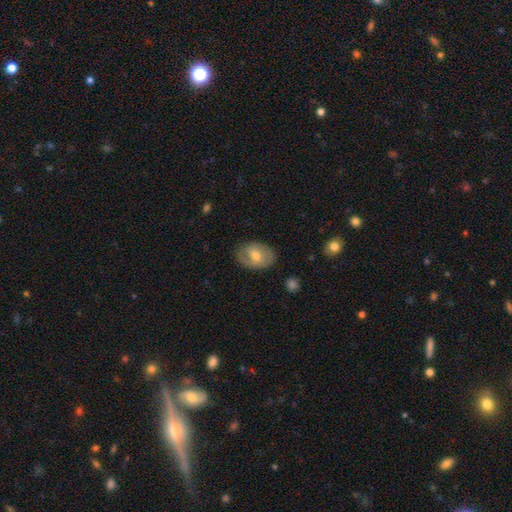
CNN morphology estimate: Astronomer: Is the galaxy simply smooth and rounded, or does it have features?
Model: featured or disk — 49% (runner-up: smooth, 45%).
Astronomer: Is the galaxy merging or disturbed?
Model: none — 73%.